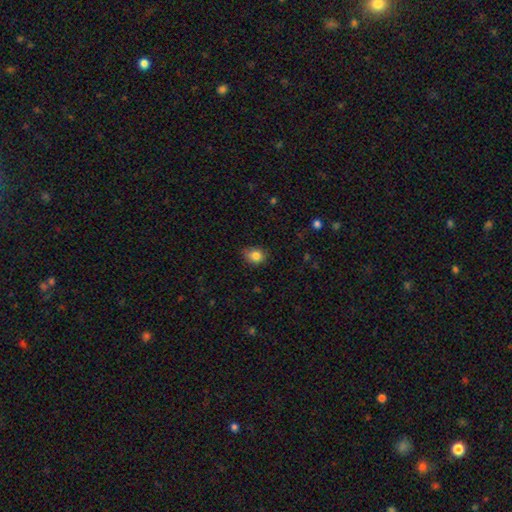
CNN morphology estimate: Smooth or featured? smooth (83%)
How rounded? round (54%)
Merging? none (72%)